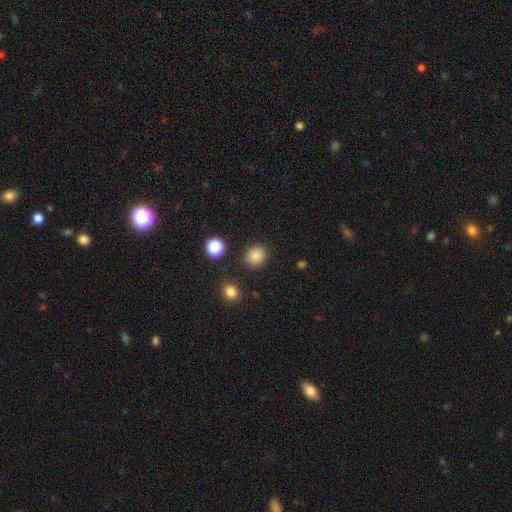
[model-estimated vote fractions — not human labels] Overall: smooth (82%). How rounded: round (84%). Merging: none (86%).